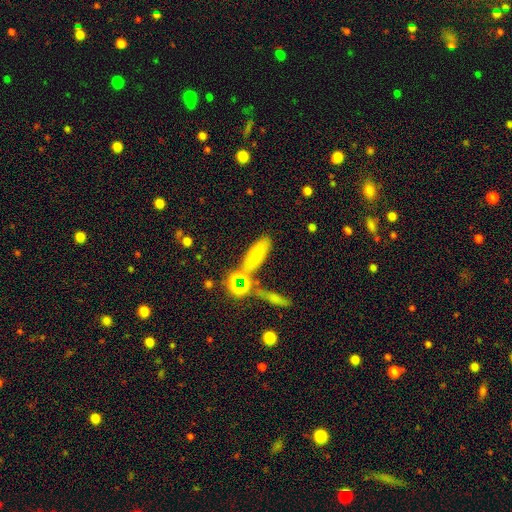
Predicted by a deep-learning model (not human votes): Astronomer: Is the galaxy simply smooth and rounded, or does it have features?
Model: smooth — 60%.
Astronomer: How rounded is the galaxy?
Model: in between — 57% (runner-up: cigar-shaped, 38%).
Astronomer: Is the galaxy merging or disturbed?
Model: none — 63%.